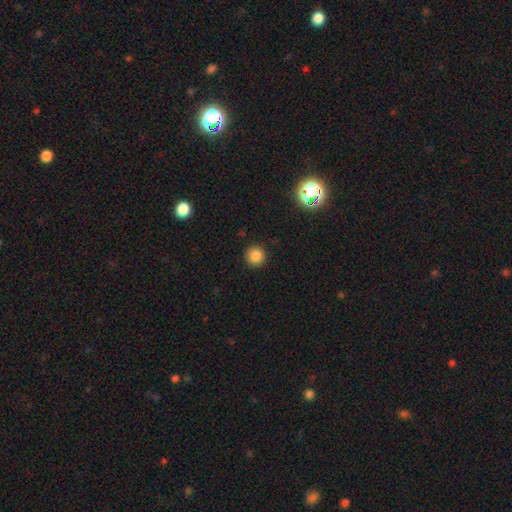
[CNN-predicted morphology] type=smooth (84%); roundness=round (94%); merging=none (92%).